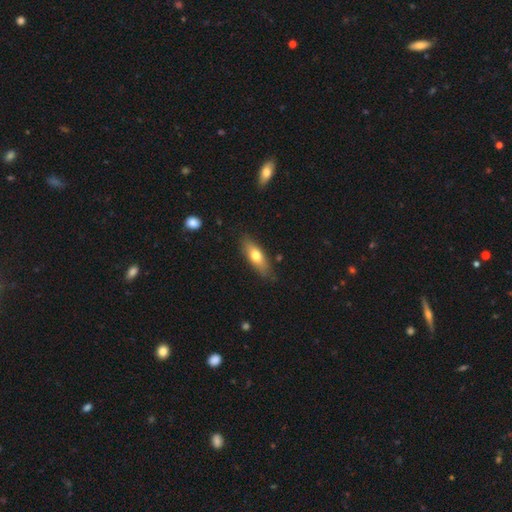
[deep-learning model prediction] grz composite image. It shows a smooth galaxy with no disk features (67%) that is in between round and cigar-shaped (56%). Merging: none (81%).